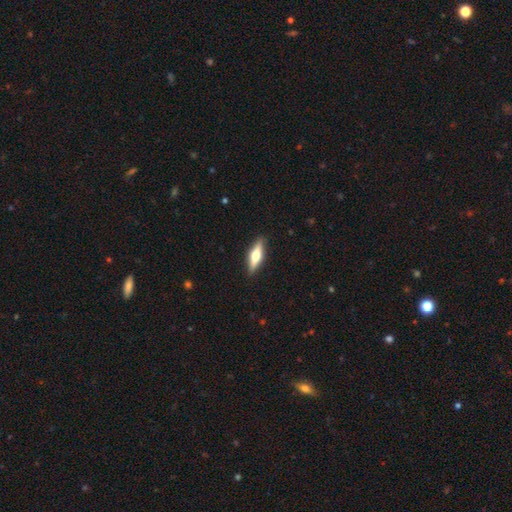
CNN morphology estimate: Smooth or featured: smooth — 47% (tied with featured or disk — 47%)
Merging: none — 89% (minor disturbance — 8%)